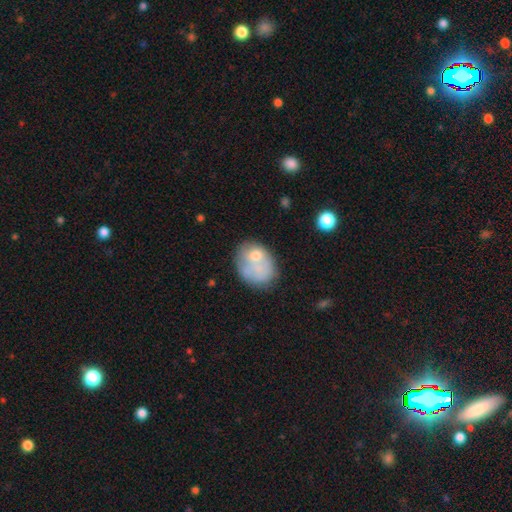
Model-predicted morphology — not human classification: Smooth or featured? smooth (59%)
How rounded? in between (60%)
Merging? none (43%)